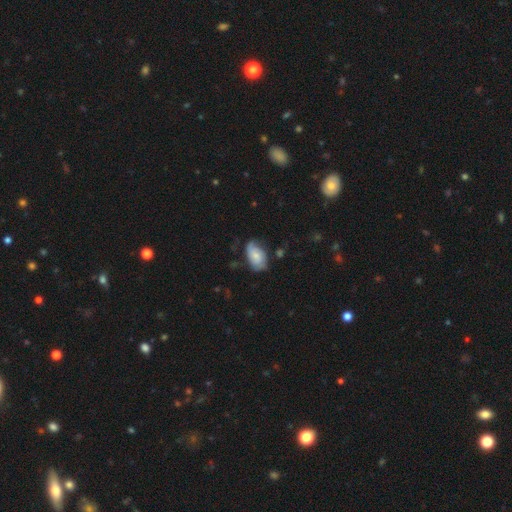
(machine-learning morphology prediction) Smooth or featured? Predicted: smooth (p=0.61). How rounded? Predicted: in between (p=0.92). Merging? Predicted: none (p=0.54).